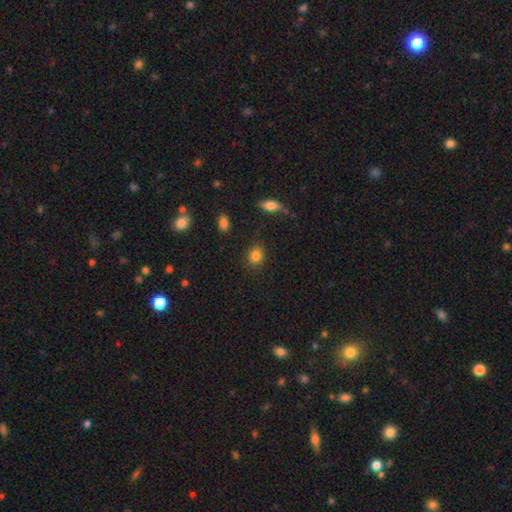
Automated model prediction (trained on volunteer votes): The model was most divided on "how rounded": round: 62%, in between: 36%, cigar-shaped: 2%. More confident: merging — none (85%); smooth or featured — smooth (85%).